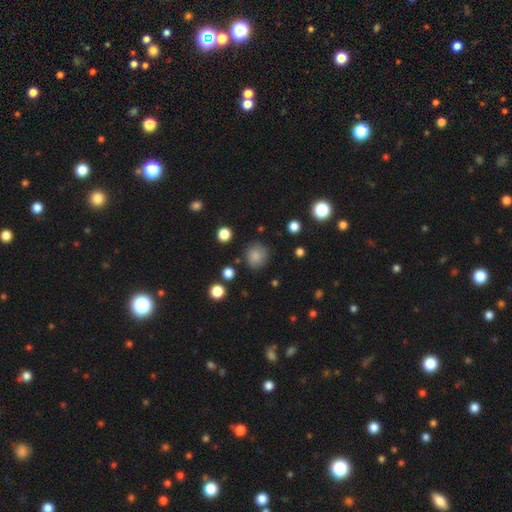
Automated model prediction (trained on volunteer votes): Smooth or featured?
  - smooth: 83% *
  - star or artifact: 11%
  - featured or disk: 7%
How rounded?
  - round: 87% *
  - in between: 12%
  - cigar-shaped: 1%
Merging?
  - none: 81% *
  - minor disturbance: 12%
  - major disturbance: 4%
  - merger: 2%